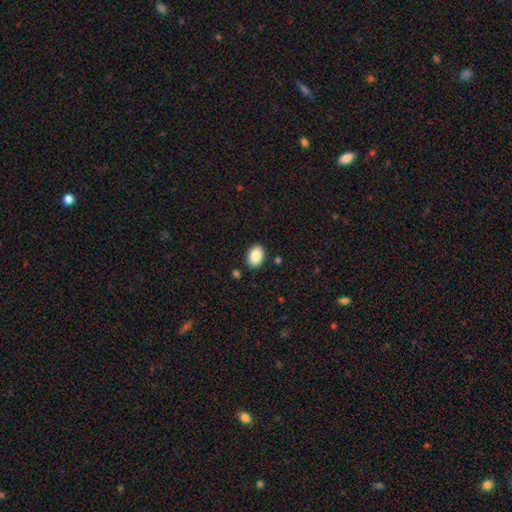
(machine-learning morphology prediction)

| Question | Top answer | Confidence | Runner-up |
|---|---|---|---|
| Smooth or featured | smooth | 87% | star or artifact (7%) |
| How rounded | in between | 83% | round (16%) |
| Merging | none | 87% | minor disturbance (9%) |